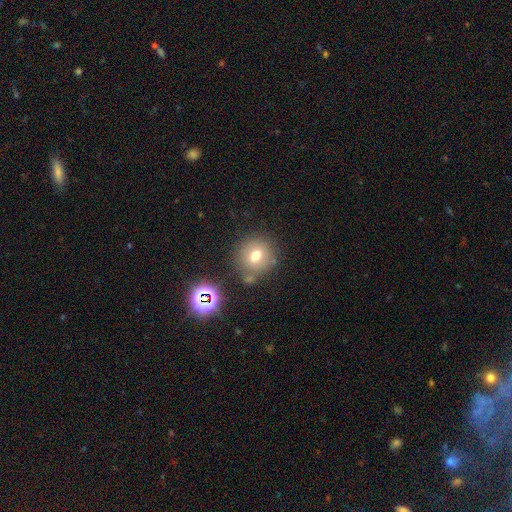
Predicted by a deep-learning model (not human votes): smooth-or-featured: smooth: 69% | star or artifact: 17% | featured or disk: 14%
  how-rounded: round: 89% | in between: 10% | cigar-shaped: 1%
  merging: none: 73% | minor disturbance: 12% | merger: 10% | major disturbance: 5%